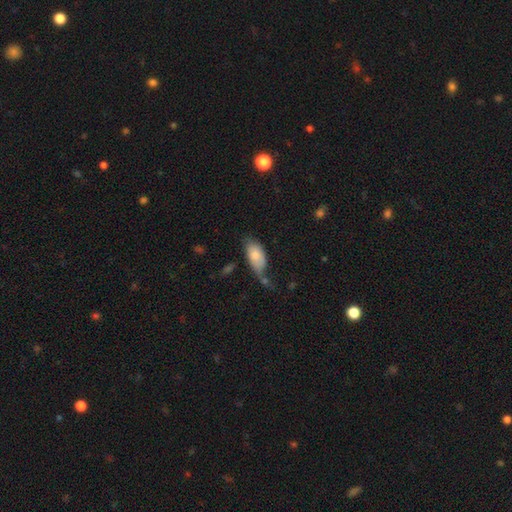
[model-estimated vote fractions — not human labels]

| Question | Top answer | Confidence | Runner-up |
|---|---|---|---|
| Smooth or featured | smooth | 79% | featured or disk (15%) |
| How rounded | in between | 93% | cigar-shaped (4%) |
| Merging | none | 38% | minor disturbance (29%) |